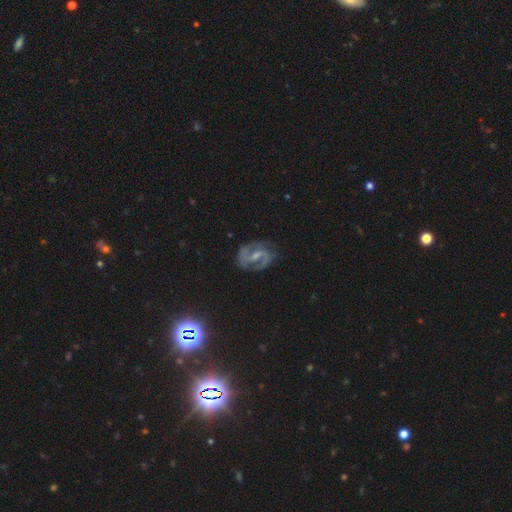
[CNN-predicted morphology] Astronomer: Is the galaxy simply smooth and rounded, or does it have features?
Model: featured or disk — 85%.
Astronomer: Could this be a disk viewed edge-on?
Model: no — 98%.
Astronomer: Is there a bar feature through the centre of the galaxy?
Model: weak — 54%.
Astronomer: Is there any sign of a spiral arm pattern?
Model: yes — 96%.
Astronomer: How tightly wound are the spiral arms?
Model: medium — 57%.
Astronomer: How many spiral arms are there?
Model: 2 — 87%.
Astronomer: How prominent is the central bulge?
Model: small — 50% (runner-up: moderate, 34%).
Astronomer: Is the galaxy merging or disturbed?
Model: none — 72%.